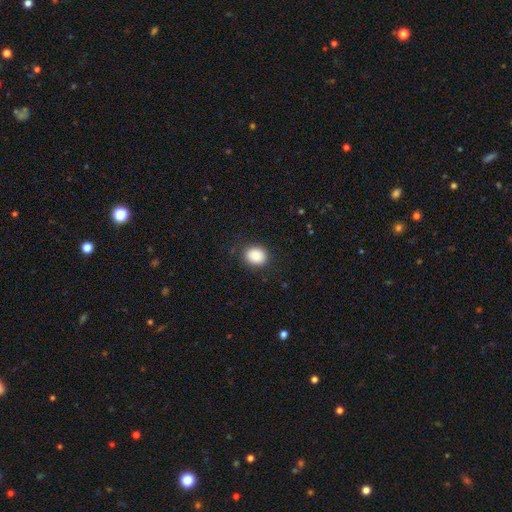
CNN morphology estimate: This is clearly a smooth galaxy (88%). How rounded: possibly round (60%). Merging: clearly none (86%).